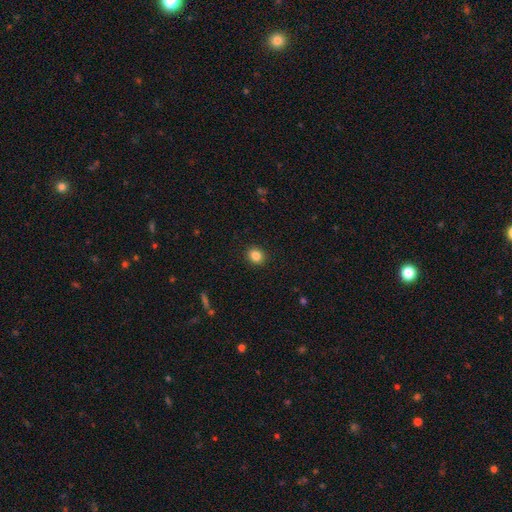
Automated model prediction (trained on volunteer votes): Q: Smooth or featured?
A: smooth (84%); runner-up: star or artifact (10%)
Q: How rounded?
A: round (74%); runner-up: in between (25%)
Q: Merging?
A: none (91%); runner-up: minor disturbance (6%)